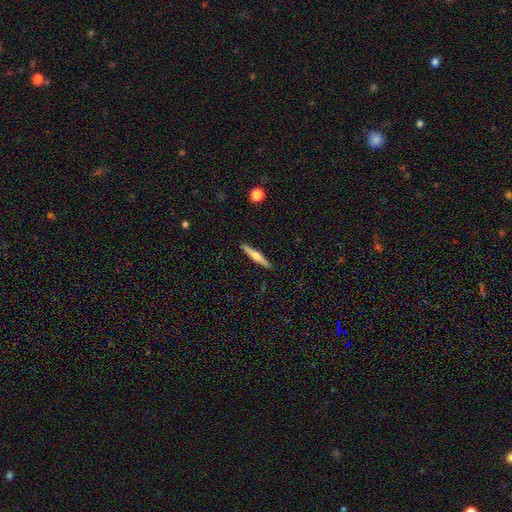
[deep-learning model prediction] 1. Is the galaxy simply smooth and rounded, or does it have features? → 54% featured or disk, 40% smooth, 6% star or artifact.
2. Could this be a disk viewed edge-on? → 98% yes, 2% no.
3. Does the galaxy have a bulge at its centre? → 80% rounded, 10% none, 9% boxy.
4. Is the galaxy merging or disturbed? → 92% none, 6% minor disturbance, 1% major disturbance, 1% merger.